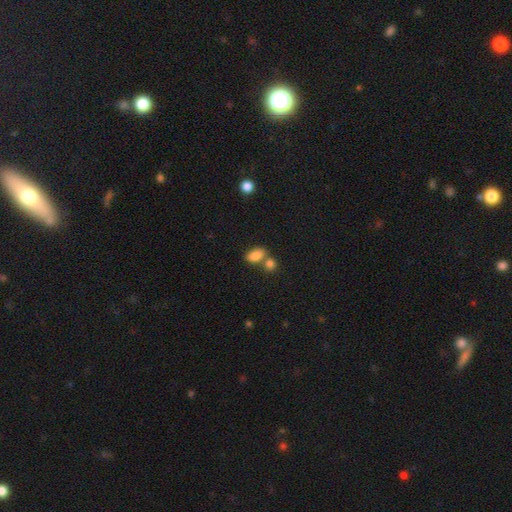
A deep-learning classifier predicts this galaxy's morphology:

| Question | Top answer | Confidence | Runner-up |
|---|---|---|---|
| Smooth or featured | smooth | 84% | star or artifact (9%) |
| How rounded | in between | 87% | round (11%) |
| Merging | none | 50% | merger (36%) |